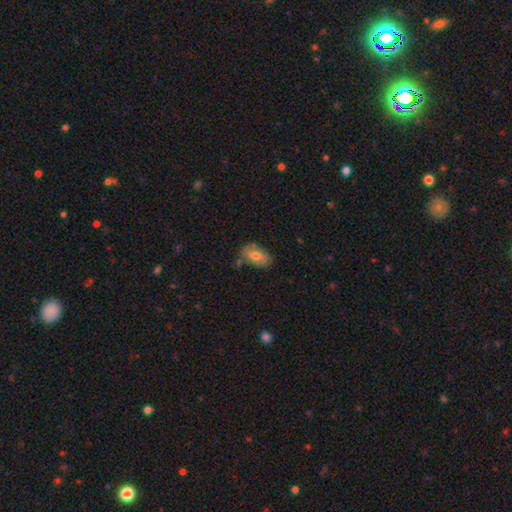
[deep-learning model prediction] smooth-or-featured: smooth: 64% | featured or disk: 29% | star or artifact: 7%
  how-rounded: in between: 91% | round: 6% | cigar-shaped: 4%
  merging: none: 72% | minor disturbance: 19% | merger: 5% | major disturbance: 4%